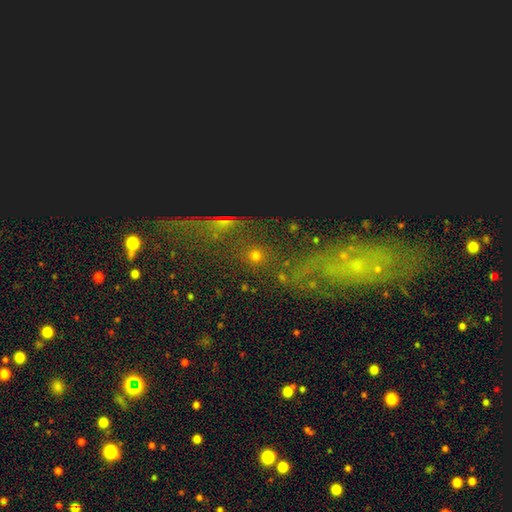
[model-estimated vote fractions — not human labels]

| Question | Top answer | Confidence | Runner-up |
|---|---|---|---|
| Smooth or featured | smooth | 45% | star or artifact (35%) |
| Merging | none | 65% | minor disturbance (12%) |